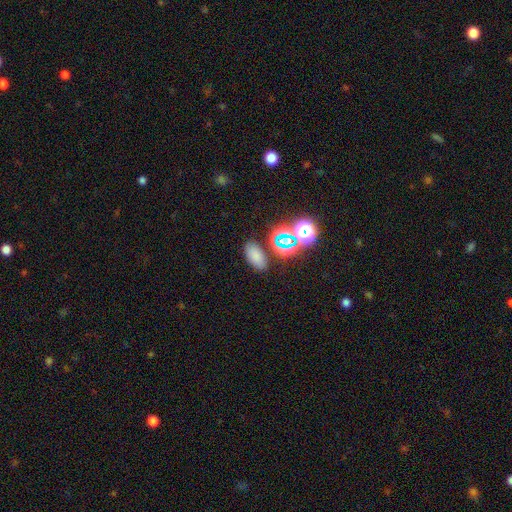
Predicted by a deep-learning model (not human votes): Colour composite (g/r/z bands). It shows a smooth galaxy with no disk features (71%) that is in between round and cigar-shaped (89%). Merging: none (82%).